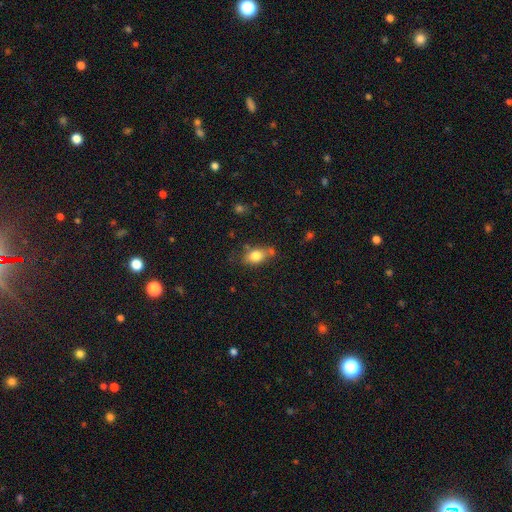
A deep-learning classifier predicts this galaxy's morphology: A smooth galaxy with no disk features (77%) that is in between round and cigar-shaped (77%).

Vote fractions:
- Smooth or featured? smooth: 77% / featured or disk: 14% / star or artifact: 9%
- How rounded? in between: 77% / round: 19% / cigar-shaped: 4%
- Merging? none: 58% / minor disturbance: 25% / merger: 11% / major disturbance: 7%